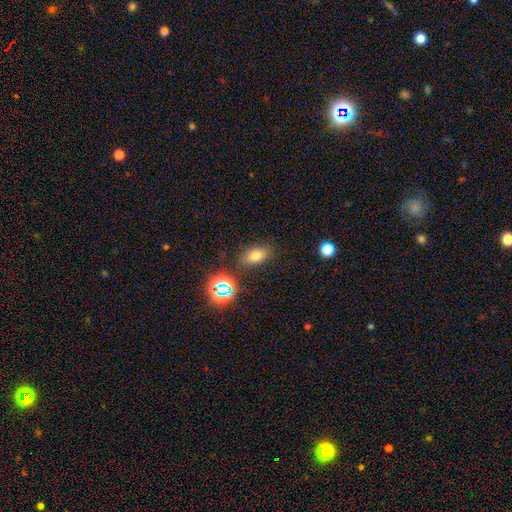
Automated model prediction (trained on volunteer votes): This is likely a smooth galaxy (70%). How rounded: clearly in between (82%). Merging: clearly none (82%).